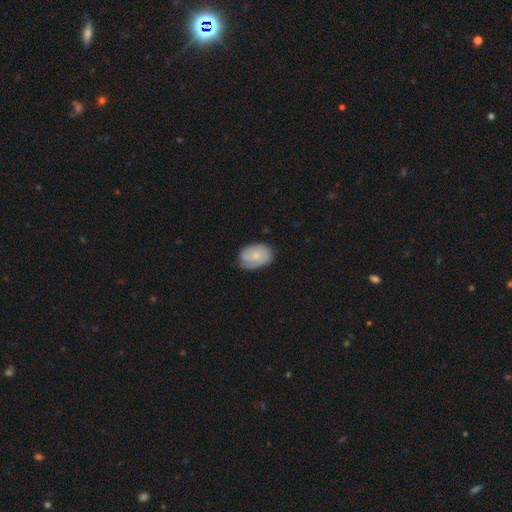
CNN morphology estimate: This is possibly a smooth galaxy (51%). How rounded: clearly in between (81%). Merging: likely none (70%).